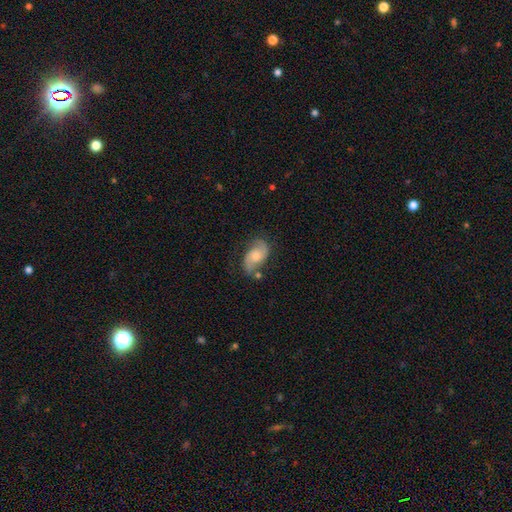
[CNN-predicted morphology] type=featured or disk (66%); edge-on=no (96%); bar=no (66%); spiral arms=yes (91%); winding=medium (45%); arm count=2 (88%); bulge=moderate (50%); merging=none (65%).